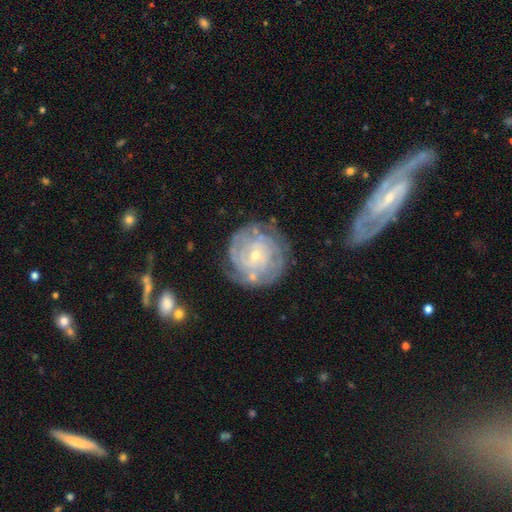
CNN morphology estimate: smooth_or_featured: featured or disk (p=0.81) [alt: smooth p=0.13]
disk_edge_on: no (p=0.98) [alt: yes p=0.02]
bar: no (p=0.68) [alt: weak p=0.26]
has_spiral_arms: yes (p=0.92) [alt: no p=0.08]
spiral_winding: tight (p=0.78) [alt: medium p=0.18]
spiral_arm_count: can't tell (p=0.41) [alt: 3 p=0.18]
bulge_size: small (p=0.75) [alt: moderate p=0.21]
merging: none (p=0.72) [alt: minor disturbance p=0.17]